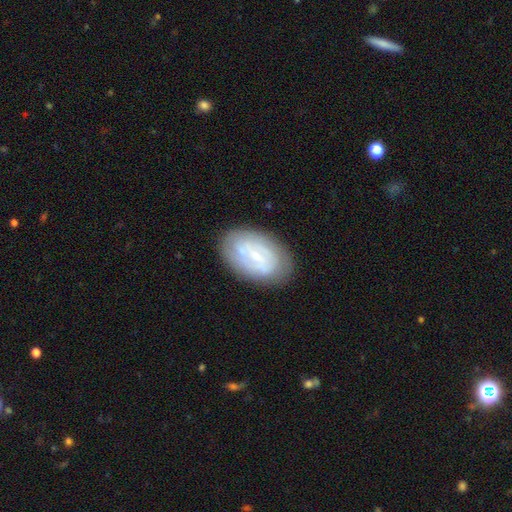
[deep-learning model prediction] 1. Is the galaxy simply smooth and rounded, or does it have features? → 66% featured or disk, 28% smooth, 7% star or artifact.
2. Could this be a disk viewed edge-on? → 95% no, 5% yes.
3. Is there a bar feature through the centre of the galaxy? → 44% weak, 38% no, 18% strong.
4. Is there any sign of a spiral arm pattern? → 72% yes, 28% no.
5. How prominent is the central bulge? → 76% small, 19% moderate, 3% none, 1% large, 1% dominant.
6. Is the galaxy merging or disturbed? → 81% none, 14% minor disturbance, 4% major disturbance, 1% merger.